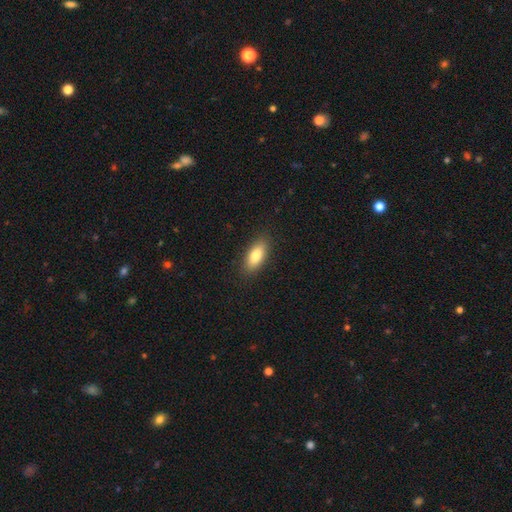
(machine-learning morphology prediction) smooth-or-featured: smooth: 81% | featured or disk: 12% | star or artifact: 7%
  how-rounded: in between: 81% | cigar-shaped: 17% | round: 3%
  merging: none: 88% | minor disturbance: 9% | major disturbance: 2% | merger: 1%